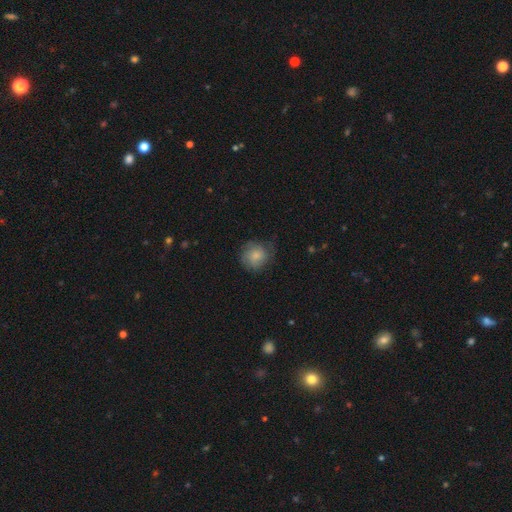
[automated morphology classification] This appears to be a smooth galaxy with no disk features (72%) that is round (86%). Merging: none (65%).